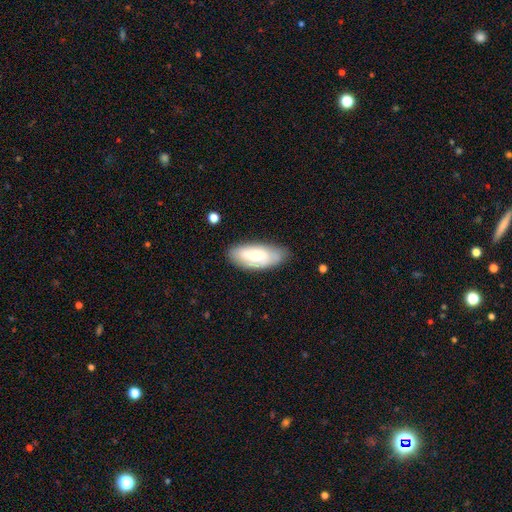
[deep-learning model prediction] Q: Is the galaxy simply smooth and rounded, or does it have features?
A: smooth — 60%.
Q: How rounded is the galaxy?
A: in between — 85%.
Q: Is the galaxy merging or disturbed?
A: none — 70%.